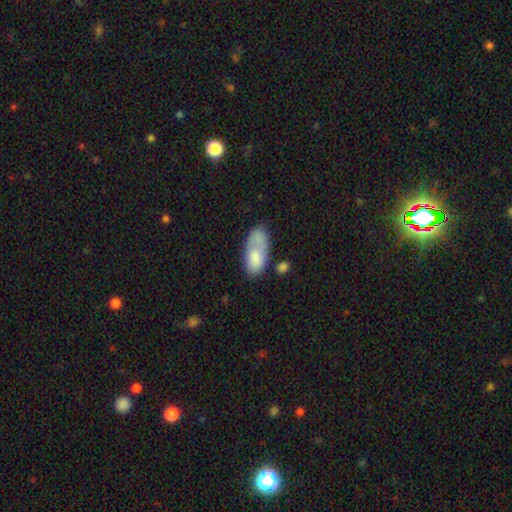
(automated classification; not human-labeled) This appears to be a smooth galaxy with no disk features (73%) that is in between round and cigar-shaped (91%). Merging: none (43%).